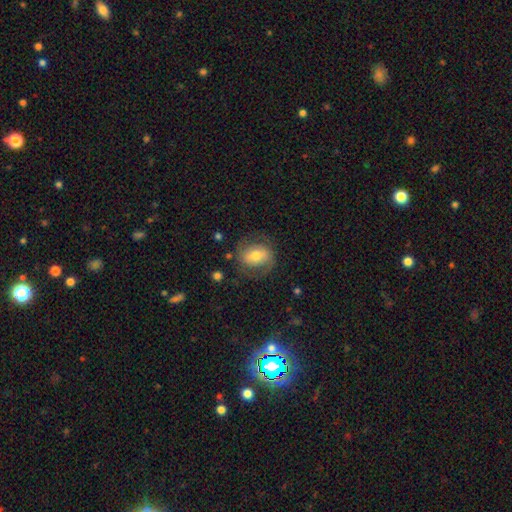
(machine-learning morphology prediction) smooth-or-featured: featured or disk: 48% | smooth: 45% | star or artifact: 7%
  merging: none: 69% | minor disturbance: 17% | major disturbance: 12% | merger: 2%